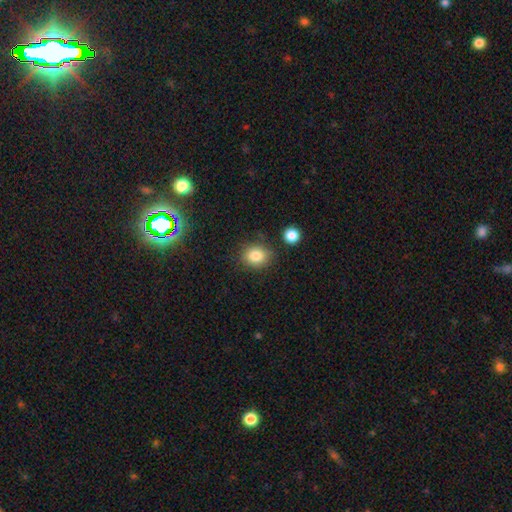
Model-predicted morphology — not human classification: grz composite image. It shows a smooth galaxy with no disk features (84%) that is round (60%). Merging: none (80%).